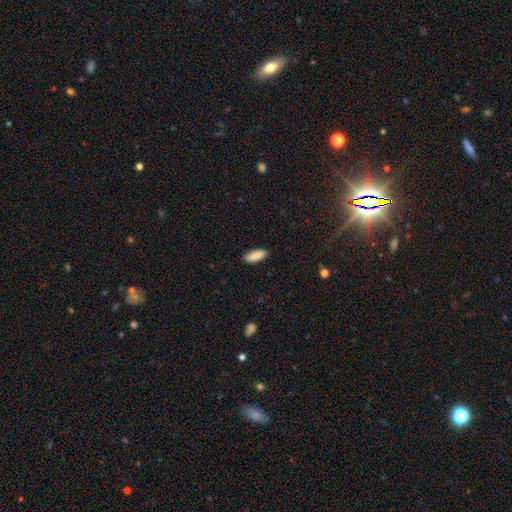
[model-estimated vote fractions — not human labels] Overall: smooth (89%). How rounded: in between (77%). Merging: none (86%).